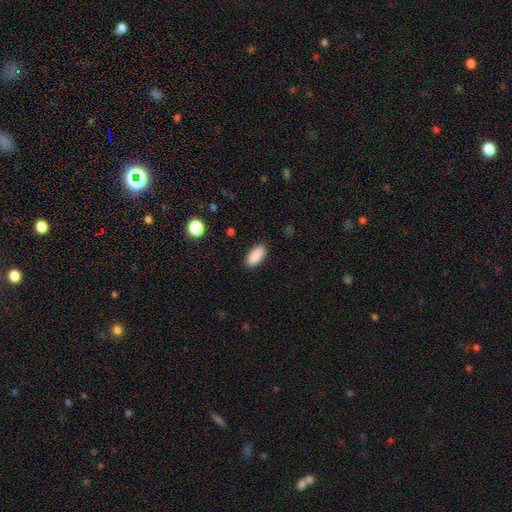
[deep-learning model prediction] Smooth or featured?
  - smooth: 90% *
  - star or artifact: 7%
  - featured or disk: 3%
How rounded?
  - in between: 88% *
  - cigar-shaped: 10%
  - round: 2%
Merging?
  - none: 89% *
  - minor disturbance: 8%
  - major disturbance: 2%
  - merger: 1%